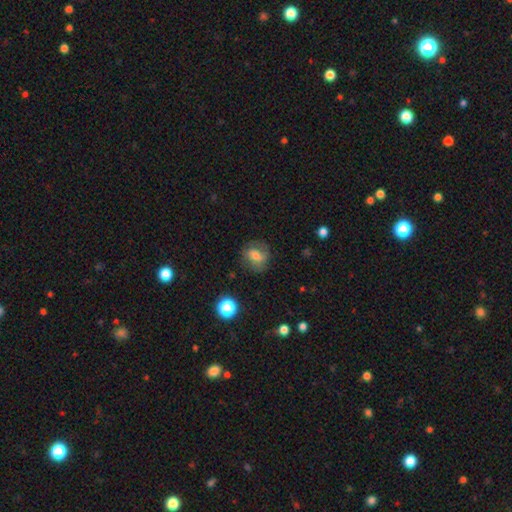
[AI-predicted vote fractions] Q: Smooth or featured?
A: smooth (59%); runner-up: featured or disk (30%)
Q: How rounded?
A: round (61%); runner-up: in between (38%)
Q: Merging?
A: none (70%); runner-up: minor disturbance (19%)